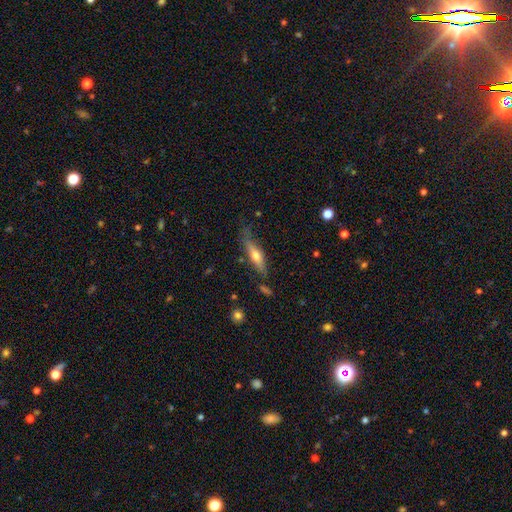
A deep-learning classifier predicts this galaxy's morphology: featured or disk 47% (tied), smooth 47% (tied), star or artifact 6%. Down the decision tree: merging — none (62%).